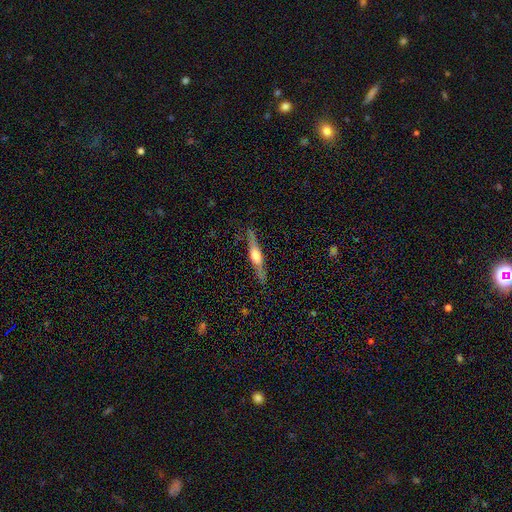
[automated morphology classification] featured or disk 66%, smooth 28%, star or artifact 6%. Down the decision tree: edge-on disk — yes (96%); edge-on bulge — rounded (81%); merging — none (85%).